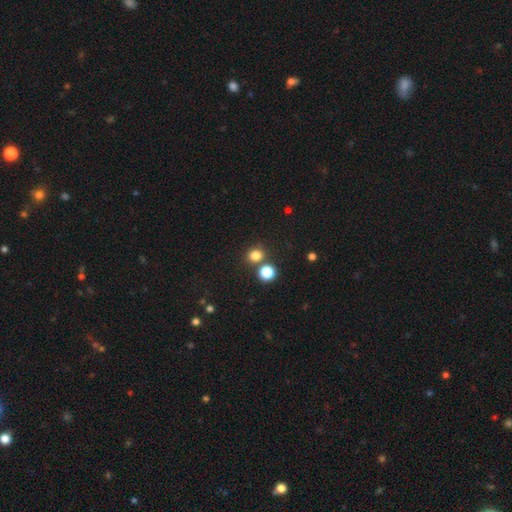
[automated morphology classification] The model was most divided on "merging": none: 71%, merger: 18%, minor disturbance: 8%, major disturbance: 3%. More confident: smooth or featured — smooth (80%); how rounded — round (79%).